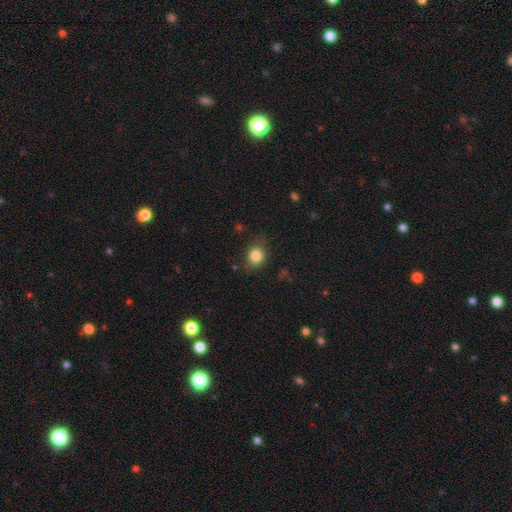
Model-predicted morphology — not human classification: Smooth or featured? smooth (83%)
How rounded? round (60%)
Merging? none (76%)